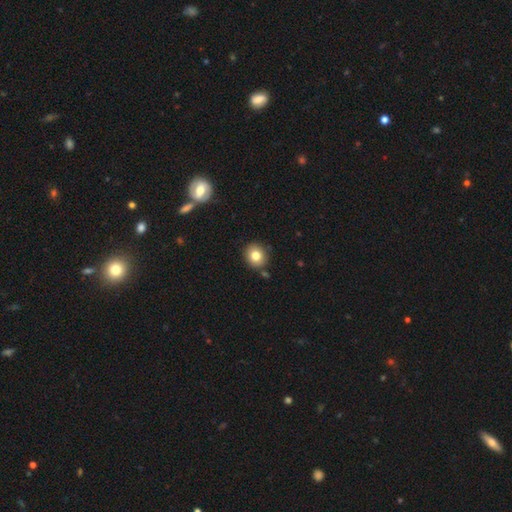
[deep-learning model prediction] This appears to be a smooth galaxy with no disk features (81%) that is round (83%). Merging: none (84%).